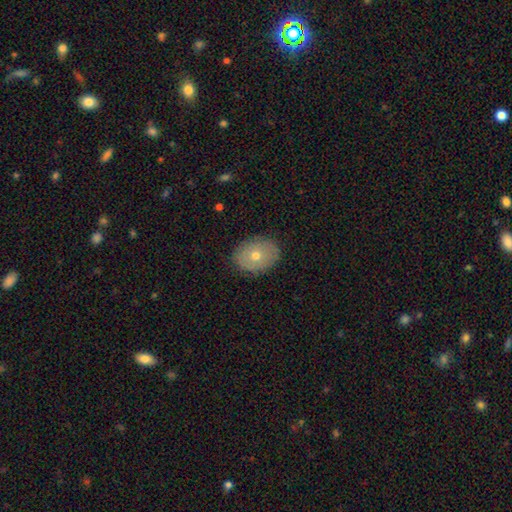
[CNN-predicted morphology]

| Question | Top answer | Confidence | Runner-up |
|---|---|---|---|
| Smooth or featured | smooth | 61% | featured or disk (30%) |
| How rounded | in between | 65% | round (34%) |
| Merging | none | 86% | minor disturbance (10%) |